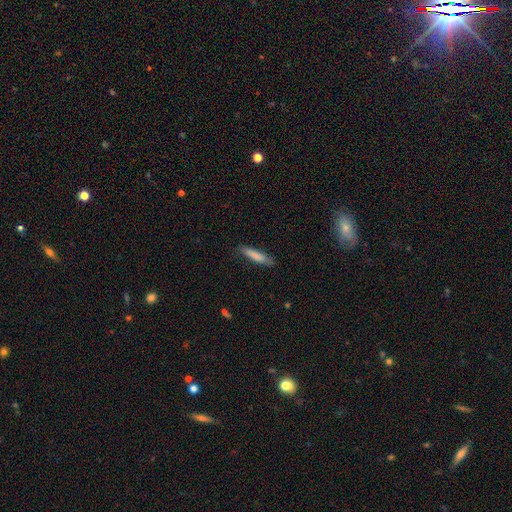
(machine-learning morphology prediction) A smooth galaxy with no disk features (81%) that is cigar-shaped (87%).

Vote fractions:
- Smooth or featured? smooth: 81% / featured or disk: 13% / star or artifact: 6%
- How rounded? cigar-shaped: 87% / in between: 12% / round: 1%
- Merging? none: 82% / minor disturbance: 14% / major disturbance: 3% / merger: 1%